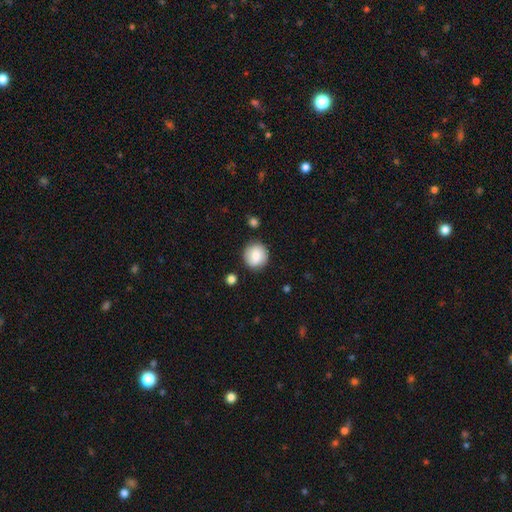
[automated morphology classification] The model was most divided on "smooth or featured": smooth: 82%, featured or disk: 10%, star or artifact: 8%. More confident: how rounded — round (90%); merging — none (85%).